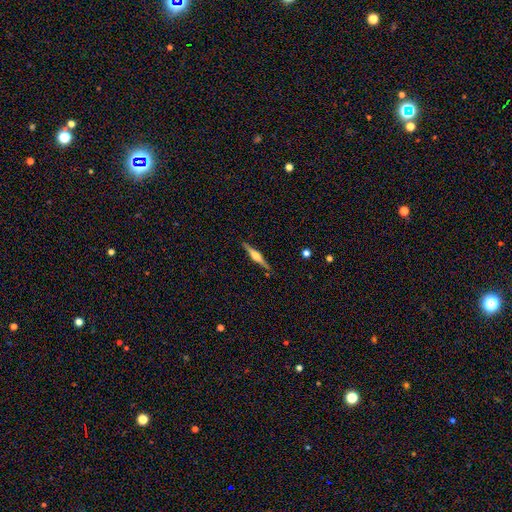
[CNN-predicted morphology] Smooth or featured? featured or disk (75%)
Edge-on disk? yes (98%)
Edge-on bulge? rounded (82%)
Merging? none (89%)